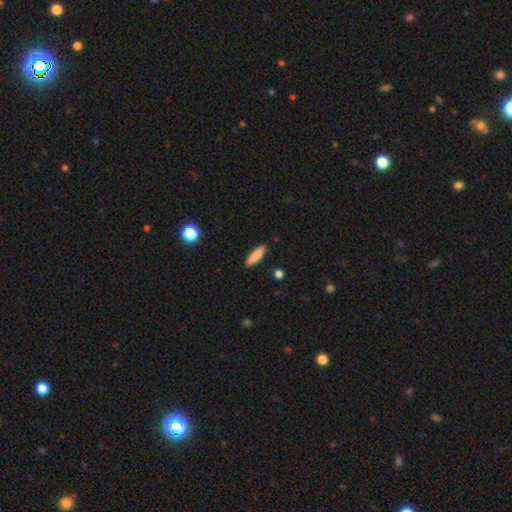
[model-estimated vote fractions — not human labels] This is clearly a smooth galaxy (84%). How rounded: likely cigar-shaped (61%). Merging: clearly none (89%).